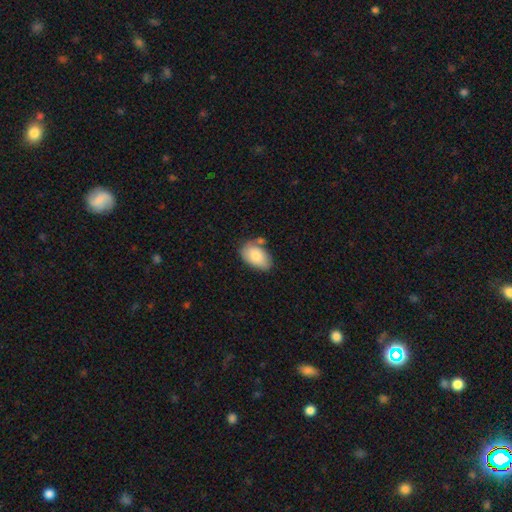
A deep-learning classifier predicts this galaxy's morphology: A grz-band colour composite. It shows a smooth galaxy with no disk features (79%) that is in between round and cigar-shaped (91%). Merging: none (61%).